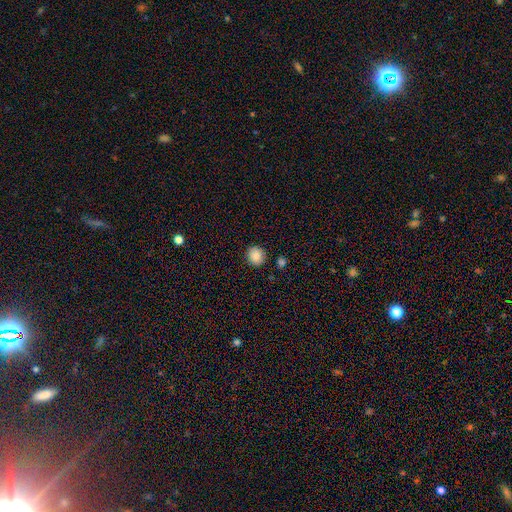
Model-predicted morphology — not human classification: Q: Smooth or featured?
A: smooth (86%); runner-up: star or artifact (9%)
Q: How rounded?
A: round (87%); runner-up: in between (12%)
Q: Merging?
A: none (88%); runner-up: minor disturbance (7%)